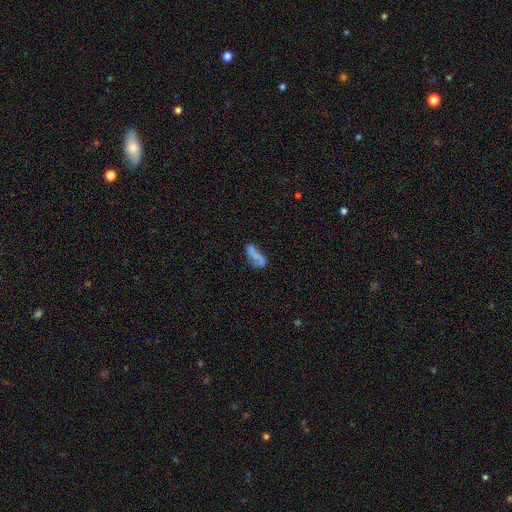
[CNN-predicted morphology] This is possibly a smooth galaxy (49%). Merging: possibly none (46%).